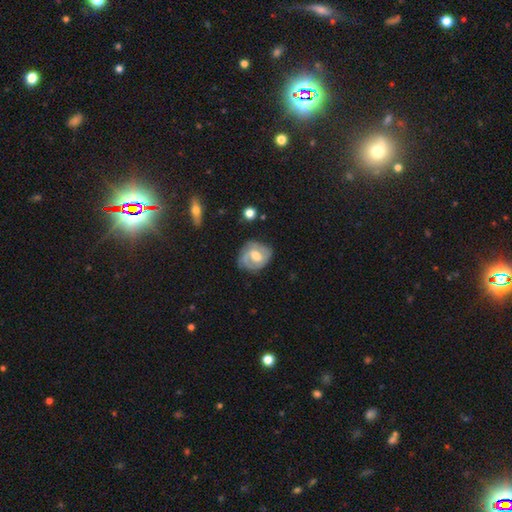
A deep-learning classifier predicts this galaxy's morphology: Q: Smooth or featured?
A: featured or disk (72%); runner-up: smooth (22%)
Q: Edge-on disk?
A: no (97%); runner-up: yes (3%)
Q: Bar?
A: weak (52%); runner-up: no (32%)
Q: Spiral arms?
A: yes (87%); runner-up: no (13%)
Q: Spiral winding?
A: tight (53%); runner-up: medium (36%)
Q: Spiral arm count?
A: 2 (61%); runner-up: can't tell (18%)
Q: Bulge size?
A: moderate (68%); runner-up: small (17%)
Q: Merging?
A: none (69%); runner-up: minor disturbance (22%)